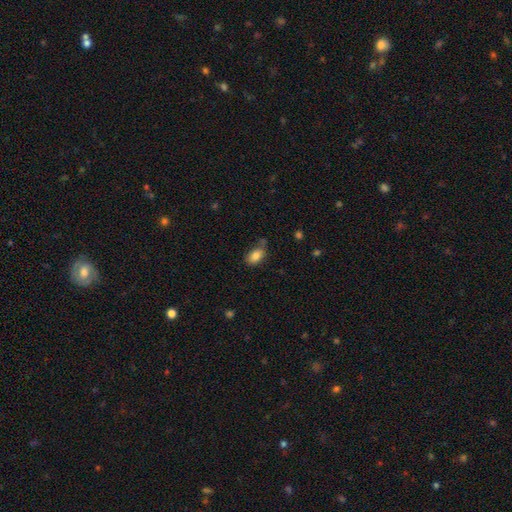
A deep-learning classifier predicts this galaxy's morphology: Smooth or featured? Predicted: smooth (p=0.83). How rounded? Predicted: in between (p=0.88). Merging? Predicted: none (p=0.62).